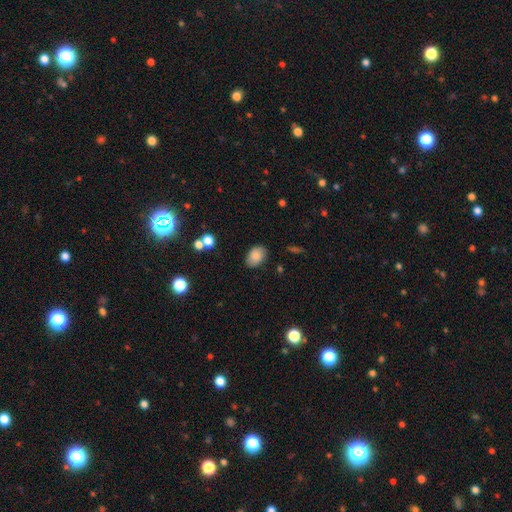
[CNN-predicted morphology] This is clearly a smooth galaxy (84%). How rounded: clearly in between (82%). Merging: likely none (80%).